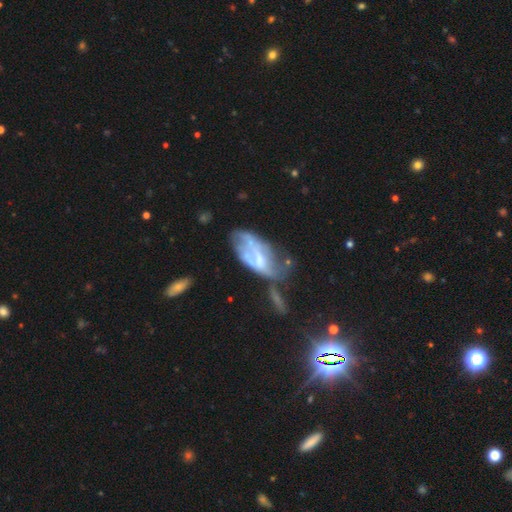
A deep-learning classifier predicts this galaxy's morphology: Smooth or featured?
  - featured or disk: 61% *
  - smooth: 29%
  - star or artifact: 10%
Edge-on disk?
  - no: 92% *
  - yes: 8%
Bar?
  - no: 57% *
  - weak: 30%
  - strong: 12%
Spiral arms?
  - no: 61% *
  - yes: 39%
Bulge size?
  - none: 39% *
  - small: 29%
  - moderate: 25%
  - large: 5%
  - dominant: 2%
Merging?
  - major disturbance: 31% *
  - none: 24%
  - merger: 22%
  - minor disturbance: 22%